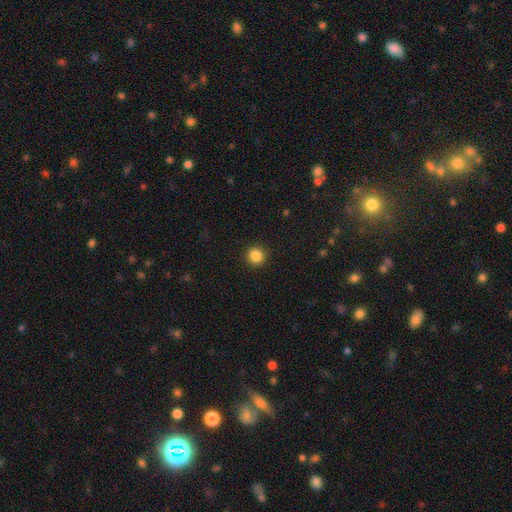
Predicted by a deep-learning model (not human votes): A smooth galaxy with no disk features (86%) that is round (94%). Merging: none (92%).